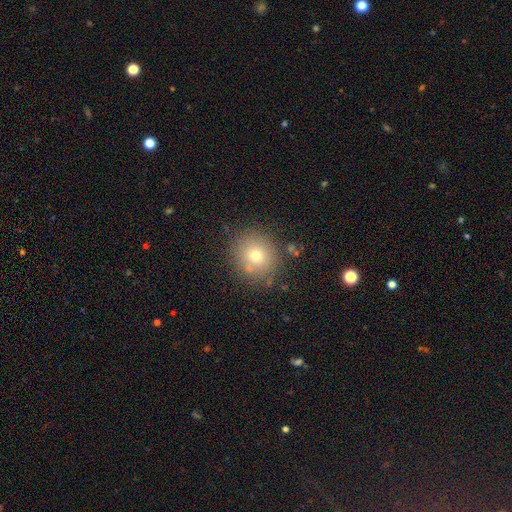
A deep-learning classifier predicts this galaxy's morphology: The model was most divided on "smooth or featured": smooth: 71%, star or artifact: 14%, featured or disk: 14%. More confident: how rounded — round (88%); merging — none (81%).